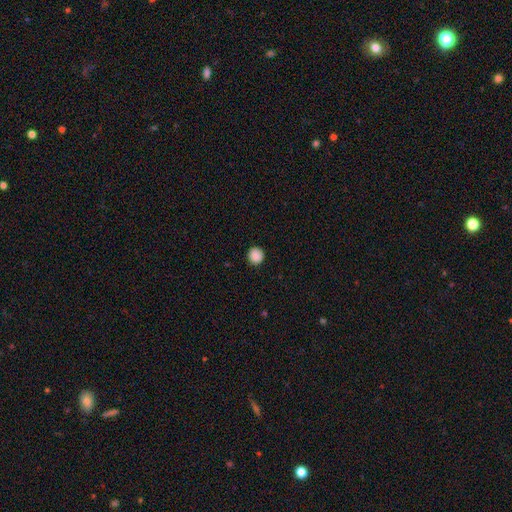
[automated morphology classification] Smooth or featured? smooth (88%)
How rounded? round (94%)
Merging? none (92%)